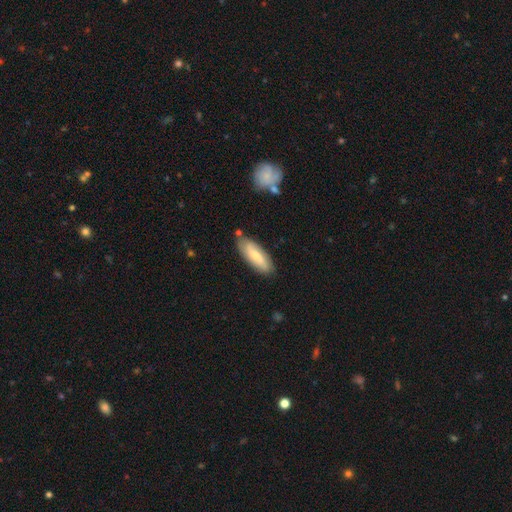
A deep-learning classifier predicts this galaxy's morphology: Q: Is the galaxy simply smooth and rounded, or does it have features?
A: smooth — 63%.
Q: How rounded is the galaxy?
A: in between — 62%.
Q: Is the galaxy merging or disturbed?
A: none — 80%.